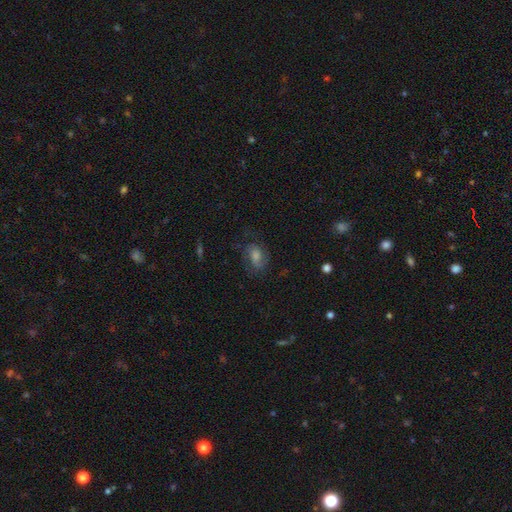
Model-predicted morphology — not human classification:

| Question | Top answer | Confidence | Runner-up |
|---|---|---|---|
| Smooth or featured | featured or disk | 49% | smooth (32%) |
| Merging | none | 68% | minor disturbance (18%) |